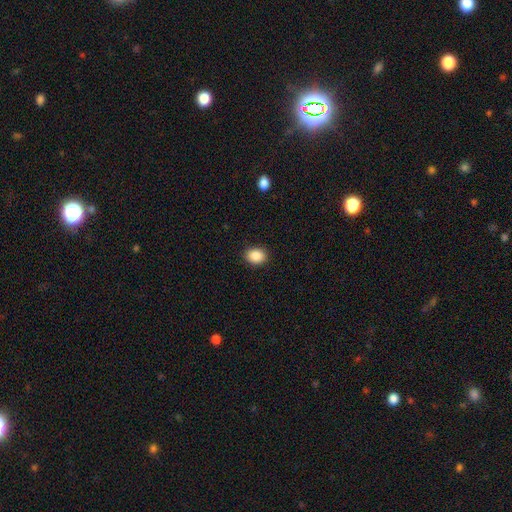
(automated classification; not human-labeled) Morphology: type=smooth (89%); roundness=in between (51%); merging=none (90%).